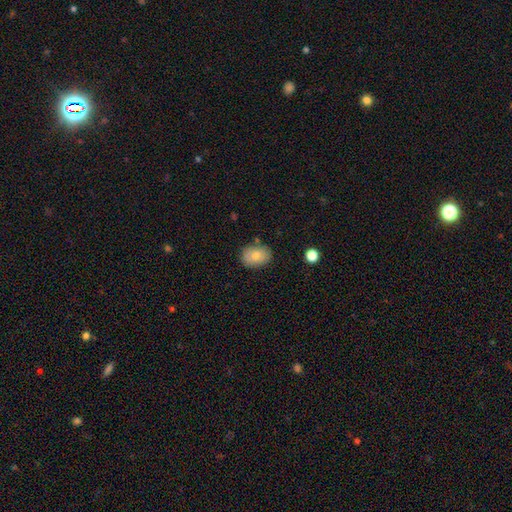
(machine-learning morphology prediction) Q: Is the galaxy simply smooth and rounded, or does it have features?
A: smooth — 78%.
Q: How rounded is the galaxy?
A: in between — 74%.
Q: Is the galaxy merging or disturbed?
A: none — 80%.